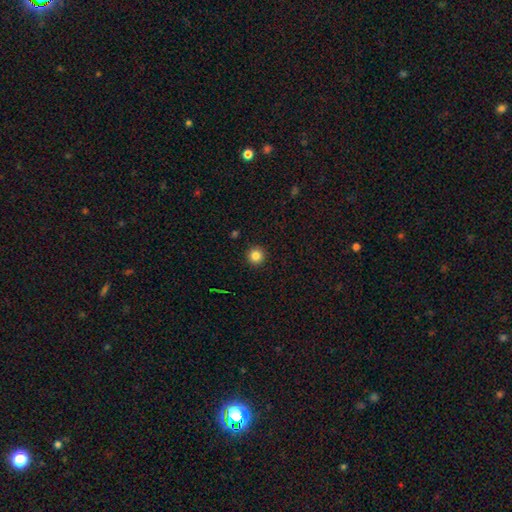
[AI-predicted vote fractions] Morphology: type=smooth (84%); roundness=round (96%); merging=none (93%).